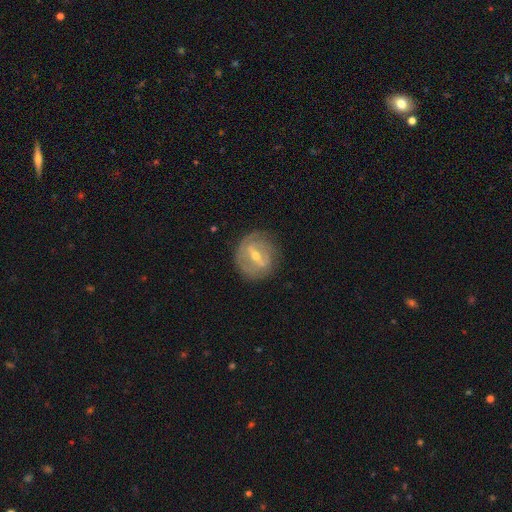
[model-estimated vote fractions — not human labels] This is likely a featured or disk galaxy (76%). It is clearly not viewed edge-on (93%). Bar: possibly strong (50%). Spiral arm pattern: likely yes (68%). Central bulge: possibly moderate (51%). Merging: likely none (77%).